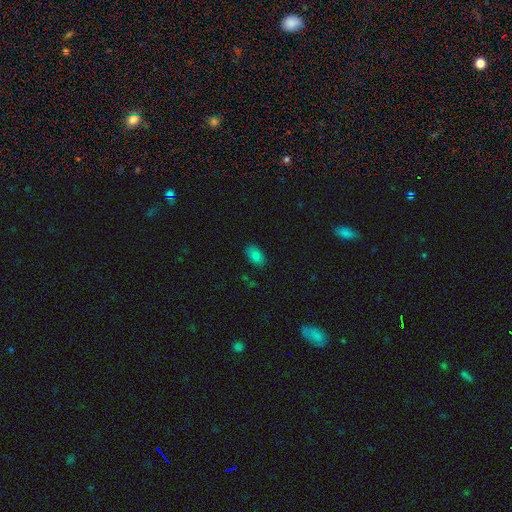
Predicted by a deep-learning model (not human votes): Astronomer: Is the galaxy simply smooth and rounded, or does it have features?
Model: smooth — 78%.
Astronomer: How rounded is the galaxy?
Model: in between — 90%.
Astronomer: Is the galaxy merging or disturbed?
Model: none — 84%.